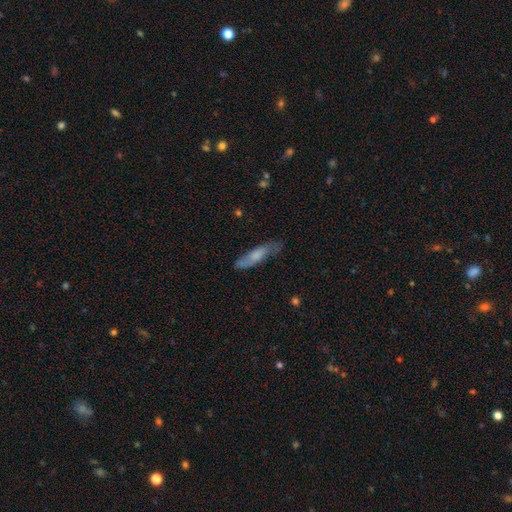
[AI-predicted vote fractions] smooth 60%, featured or disk 34%, star or artifact 6%. Down the decision tree: how rounded — cigar-shaped (68%); merging — none (69%).